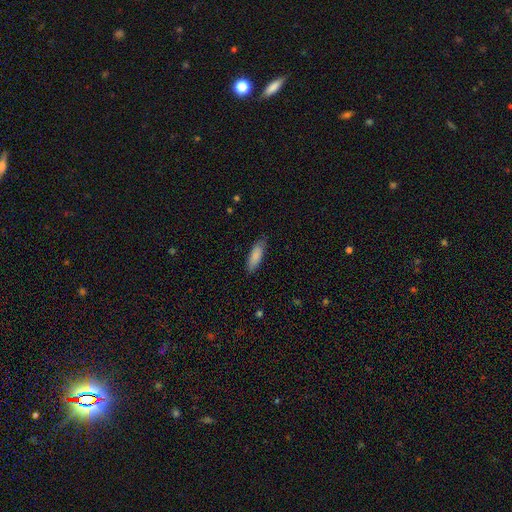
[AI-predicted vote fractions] Q: Smooth or featured?
A: smooth (85%); runner-up: featured or disk (9%)
Q: How rounded?
A: in between (55%); runner-up: cigar-shaped (44%)
Q: Merging?
A: none (81%); runner-up: minor disturbance (15%)